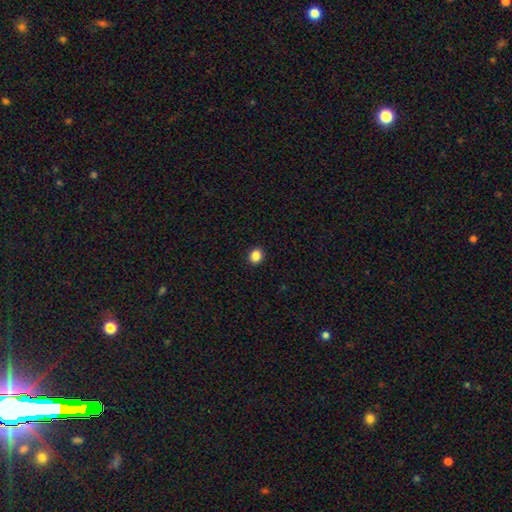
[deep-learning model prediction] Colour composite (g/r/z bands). It shows a smooth galaxy with no disk features (87%) that is round (62%). Merging: none (92%).